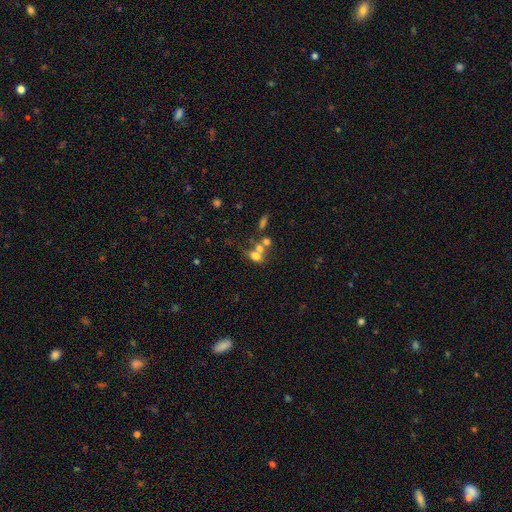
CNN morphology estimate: The model was most divided on "merging": merger: 52%, none: 28%, minor disturbance: 10%, major disturbance: 10%. More confident: how rounded — in between (66%); smooth or featured — smooth (64%).